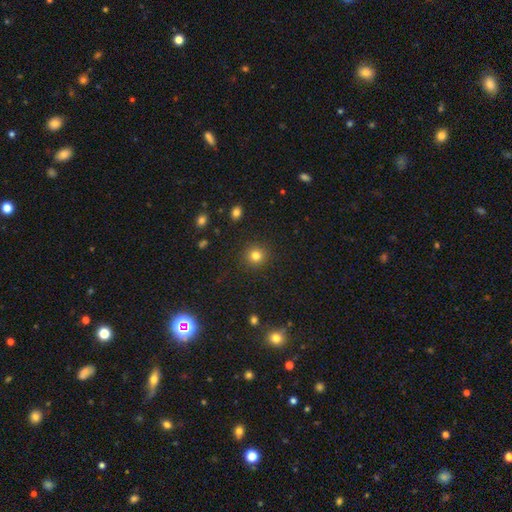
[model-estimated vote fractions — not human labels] This is clearly a smooth galaxy (81%). How rounded: clearly round (92%). Merging: clearly none (91%).